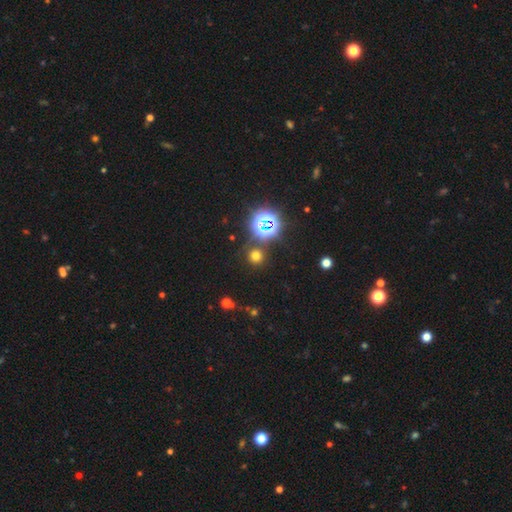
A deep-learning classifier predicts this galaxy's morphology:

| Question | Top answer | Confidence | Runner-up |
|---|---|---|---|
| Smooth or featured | smooth | 62% | star or artifact (31%) |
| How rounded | round | 93% | in between (6%) |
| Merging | none | 85% | minor disturbance (7%) |